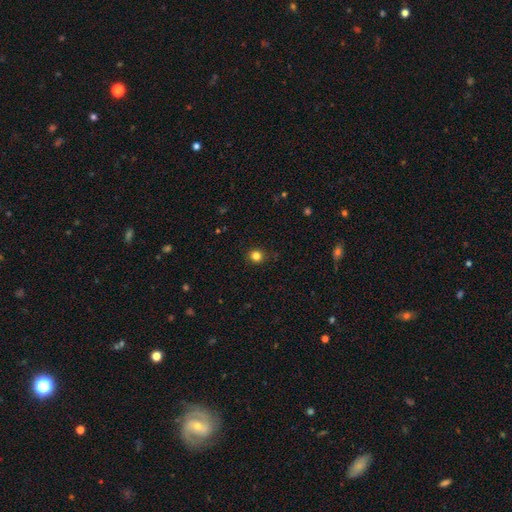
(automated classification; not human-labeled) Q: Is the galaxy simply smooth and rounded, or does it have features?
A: smooth — 82%.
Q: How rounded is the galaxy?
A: round — 90%.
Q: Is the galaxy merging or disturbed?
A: none — 89%.